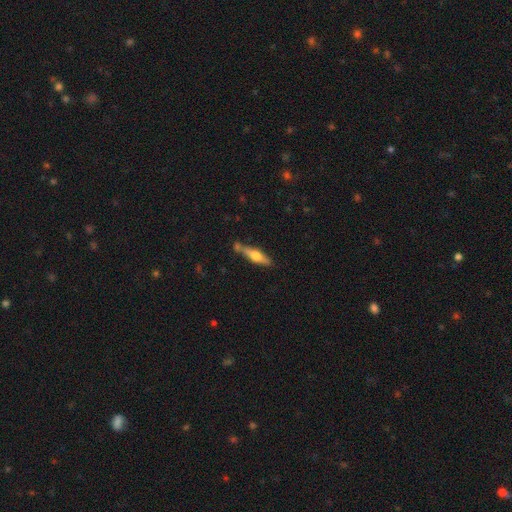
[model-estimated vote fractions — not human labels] A featured or disk galaxy (49%). Merging: none (67%).